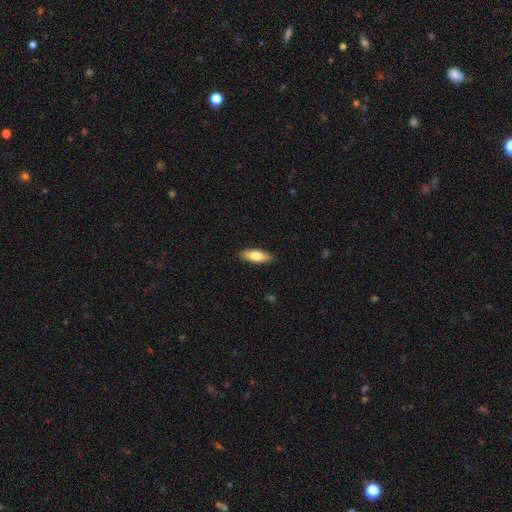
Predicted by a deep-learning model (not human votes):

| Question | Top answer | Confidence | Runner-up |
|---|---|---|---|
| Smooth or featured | smooth | 76% | featured or disk (19%) |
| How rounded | in between | 61% | cigar-shaped (36%) |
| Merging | none | 89% | minor disturbance (8%) |